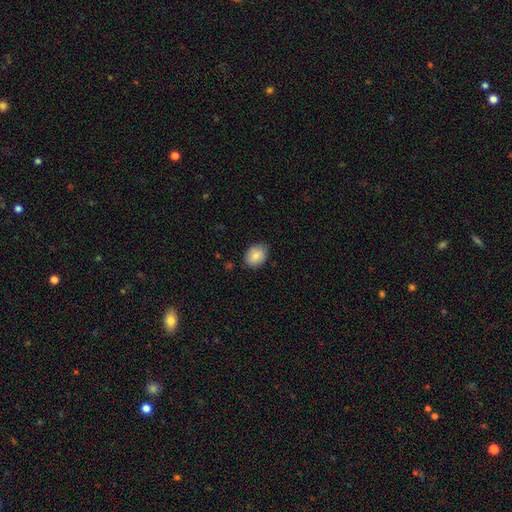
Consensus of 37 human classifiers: This is clearly a smooth galaxy (95%). How rounded: possibly round (54%). Merging: likely none (78%).